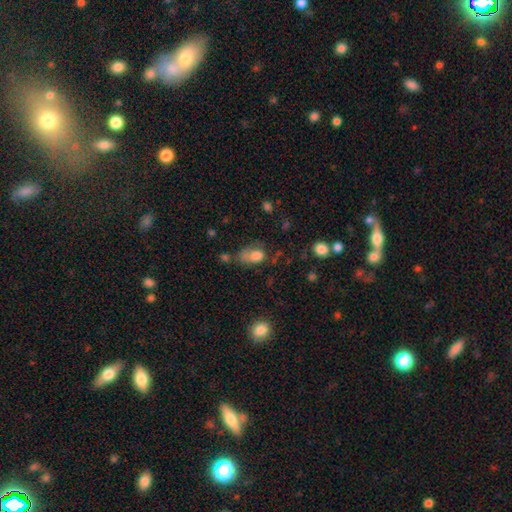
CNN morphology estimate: Overall: smooth (76%). How rounded: in between (71%). Merging: none (29%; minor disturbance 26%).